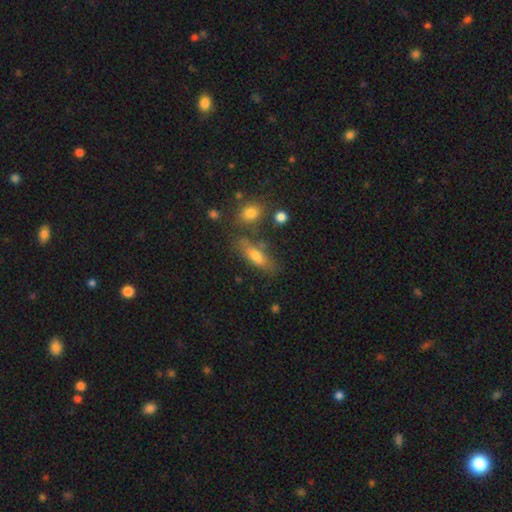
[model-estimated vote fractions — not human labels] Morphology: type=smooth (66%); roundness=in between (59%); merging=none (65%).